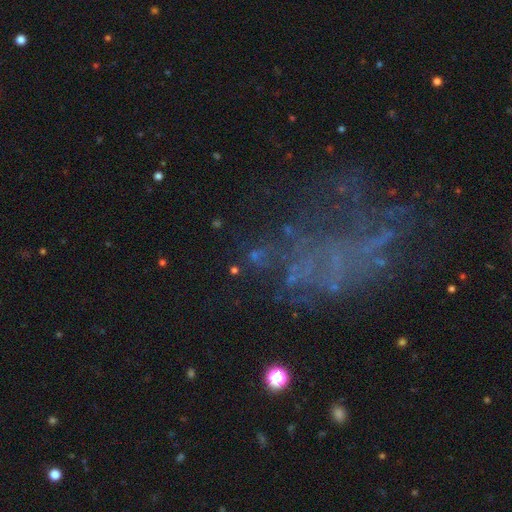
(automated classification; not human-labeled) smooth_or_featured: star or artifact (p=0.40) [alt: featured or disk p=0.38]